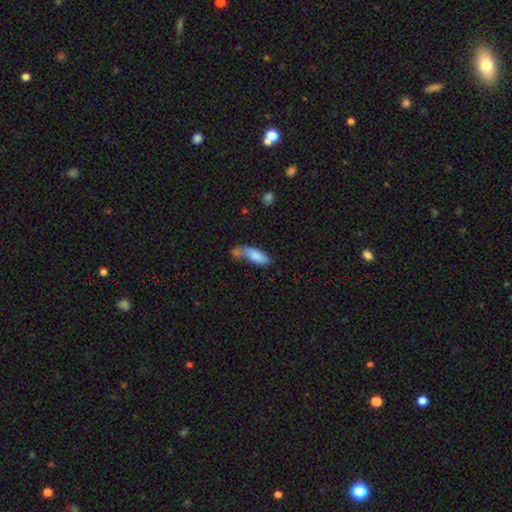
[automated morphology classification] A smooth galaxy with no disk features (79%) that is in between round and cigar-shaped (69%). Merging: merger (42%).